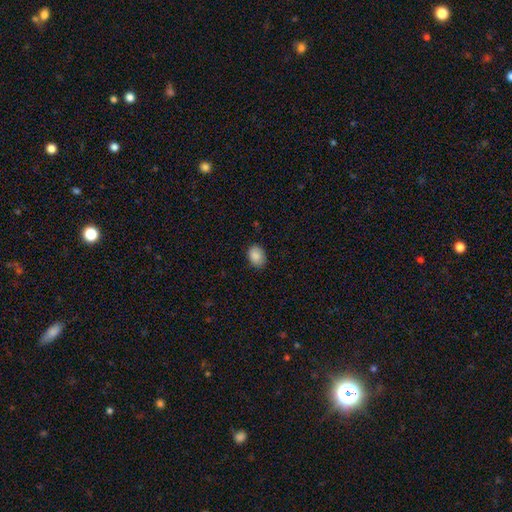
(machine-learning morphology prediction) The model was most divided on "how rounded": in between: 71%, round: 28%, cigar-shaped: 1%. More confident: smooth or featured — smooth (88%); merging — none (82%).